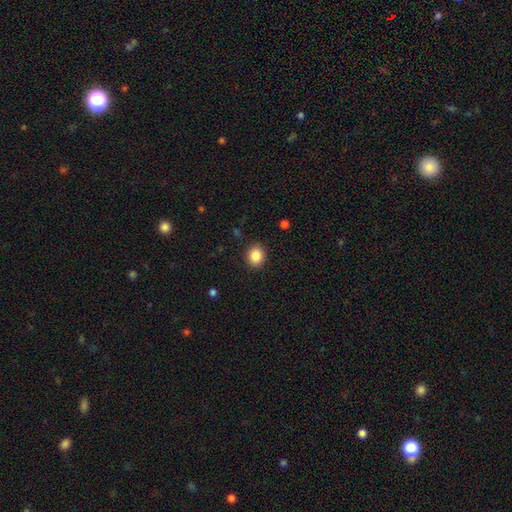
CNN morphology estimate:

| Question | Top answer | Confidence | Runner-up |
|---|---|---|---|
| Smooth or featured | smooth | 87% | star or artifact (9%) |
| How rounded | round | 64% | in between (35%) |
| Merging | none | 89% | minor disturbance (7%) |